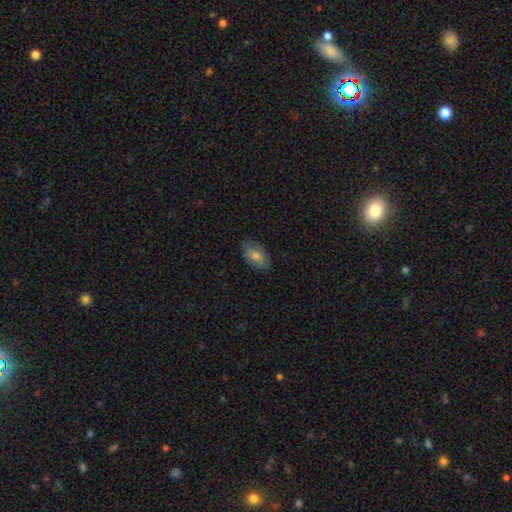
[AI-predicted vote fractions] Q: Smooth or featured?
A: smooth (72%); runner-up: featured or disk (19%)
Q: How rounded?
A: in between (90%); runner-up: round (6%)
Q: Merging?
A: none (79%); runner-up: minor disturbance (16%)